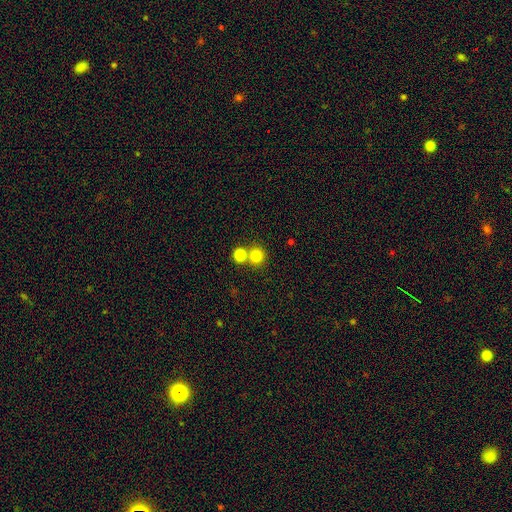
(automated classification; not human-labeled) Smooth or featured? smooth (80%)
How rounded? round (92%)
Merging? none (63%)